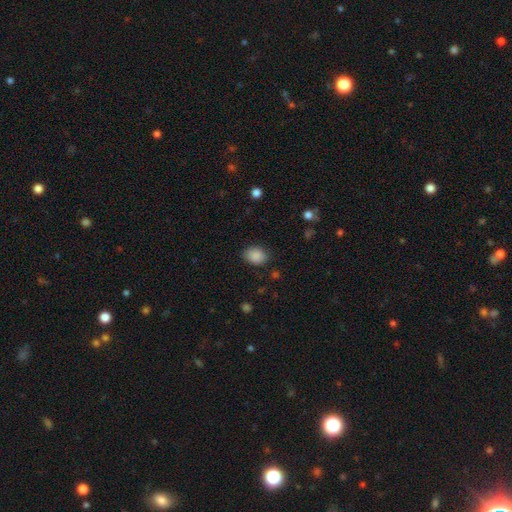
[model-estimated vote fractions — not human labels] A smooth galaxy with no disk features (88%) that is in between round and cigar-shaped (65%). Merging: none (82%).